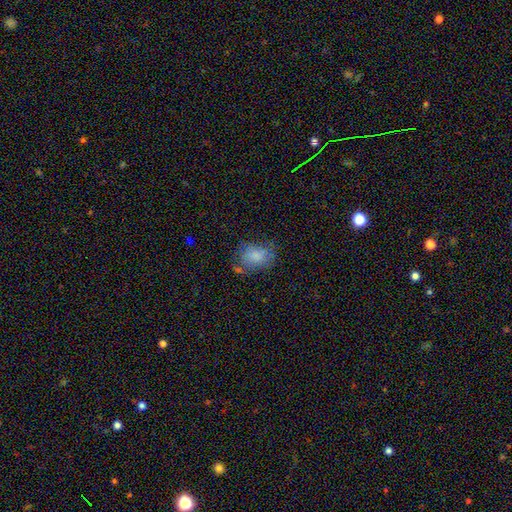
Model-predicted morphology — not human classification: Smooth or featured? Predicted: smooth (p=0.76). How rounded? Predicted: in between (p=0.74). Merging? Predicted: none (p=0.52).